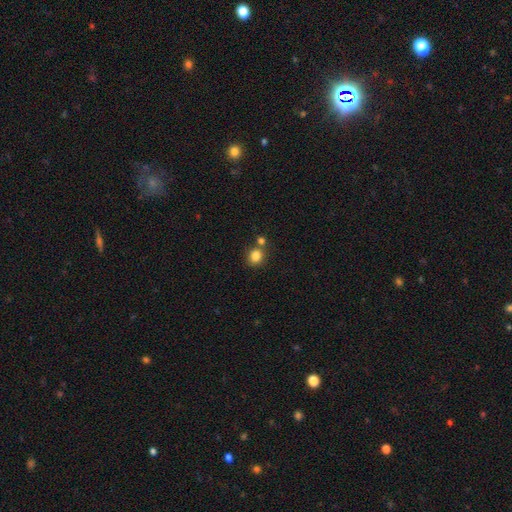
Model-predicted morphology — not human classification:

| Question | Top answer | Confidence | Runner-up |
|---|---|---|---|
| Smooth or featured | smooth | 84% | star or artifact (11%) |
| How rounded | round | 77% | in between (23%) |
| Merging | none | 67% | merger (20%) |